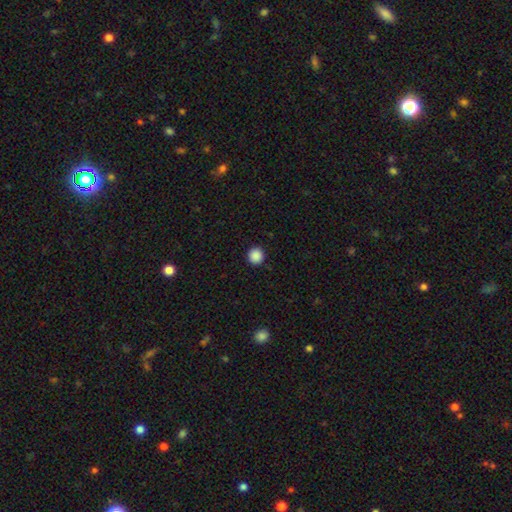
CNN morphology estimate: This is clearly a smooth galaxy (88%). How rounded: clearly round (94%). Merging: clearly none (93%).